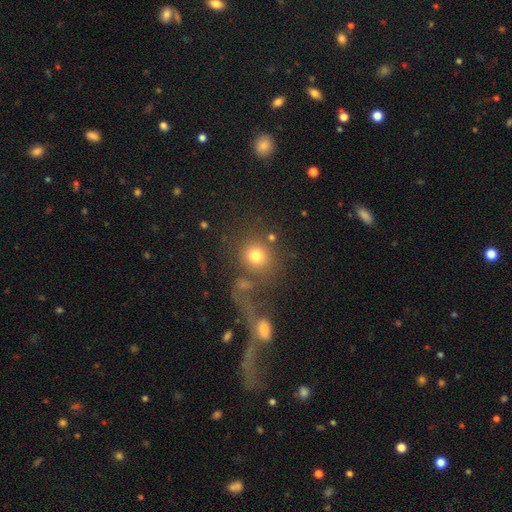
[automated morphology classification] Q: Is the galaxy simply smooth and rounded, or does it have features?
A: smooth — 73%.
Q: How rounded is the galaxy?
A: round — 85%.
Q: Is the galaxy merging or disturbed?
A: none — 44%.